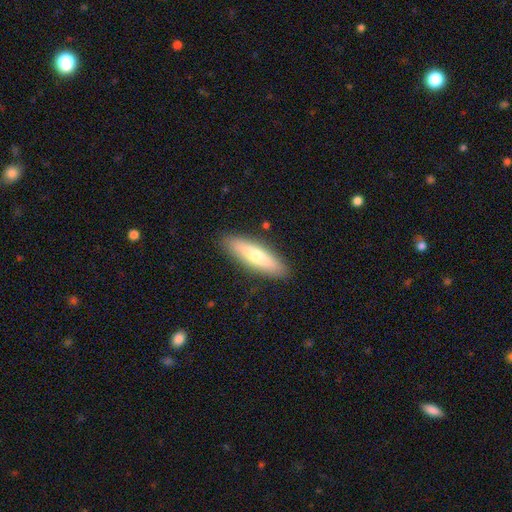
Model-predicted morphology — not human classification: smooth_or_featured: smooth (p=0.65) [alt: featured or disk p=0.29]
how_rounded: cigar-shaped (p=0.65) [alt: in between p=0.33]
merging: none (p=0.89) [alt: minor disturbance p=0.08]